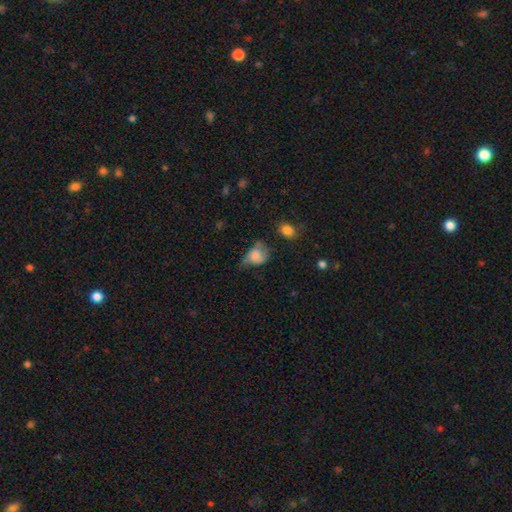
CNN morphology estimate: Smooth or featured? smooth (69%)
How rounded? round (51%)
Merging? minor disturbance (37%)